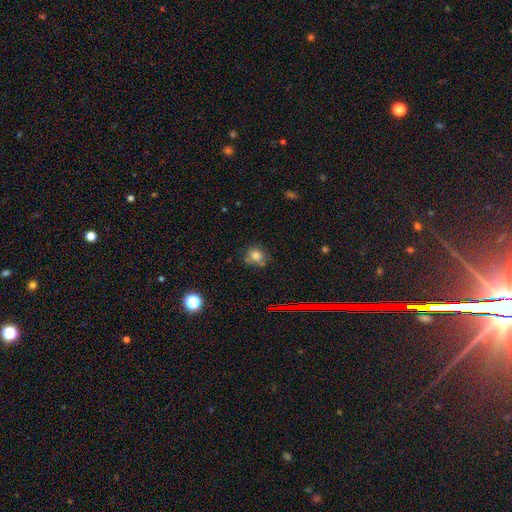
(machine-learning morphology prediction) A smooth galaxy with no disk features (74%) that is round (80%). Merging: none (67%).